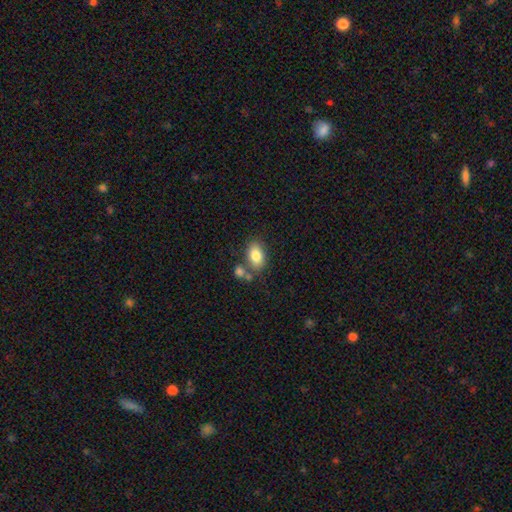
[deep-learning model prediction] Overall: smooth (81%). How rounded: in between (86%). Merging: none (63%).